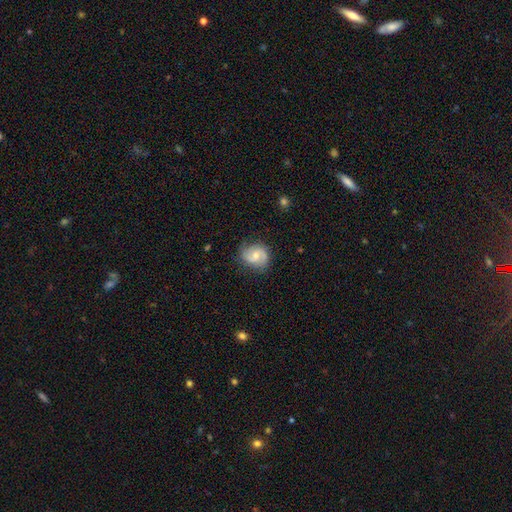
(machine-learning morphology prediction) Smooth or featured?
  - featured or disk: 60% *
  - smooth: 32%
  - star or artifact: 7%
Edge-on disk?
  - no: 98% *
  - yes: 2%
Bar?
  - no: 53% *
  - weak: 40%
  - strong: 7%
Spiral arms?
  - yes: 89% *
  - no: 11%
Spiral winding?
  - medium: 46% *
  - loose: 28%
  - tight: 26%
Spiral arm count?
  - 2: 84% *
  - can't tell: 9%
  - 1: 3%
  - 3: 2%
  - 4: 1%
  - more than 4: 1%
Bulge size?
  - moderate: 54% *
  - small: 39%
  - large: 3%
  - none: 3%
  - dominant: 1%
Merging?
  - none: 74% *
  - minor disturbance: 19%
  - major disturbance: 6%
  - merger: 1%